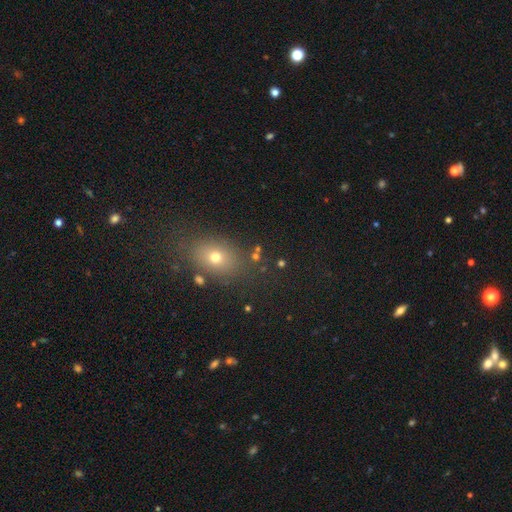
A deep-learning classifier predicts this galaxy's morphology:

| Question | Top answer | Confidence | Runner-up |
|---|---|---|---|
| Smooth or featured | smooth | 63% | star or artifact (25%) |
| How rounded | round | 58% | in between (40%) |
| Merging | none | 75% | minor disturbance (10%) |